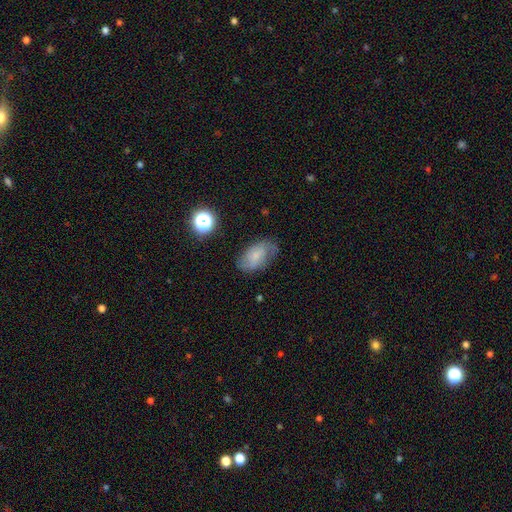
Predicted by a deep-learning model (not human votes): A smooth galaxy with no disk features (45%). Merging: none (68%).